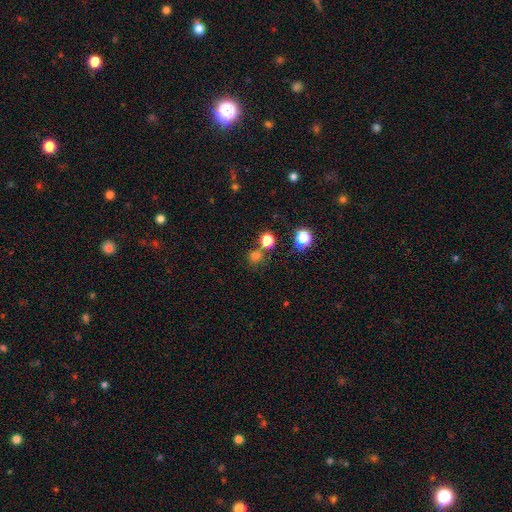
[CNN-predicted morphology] Smooth or featured? smooth (67%)
How rounded? round (84%)
Merging? none (66%)